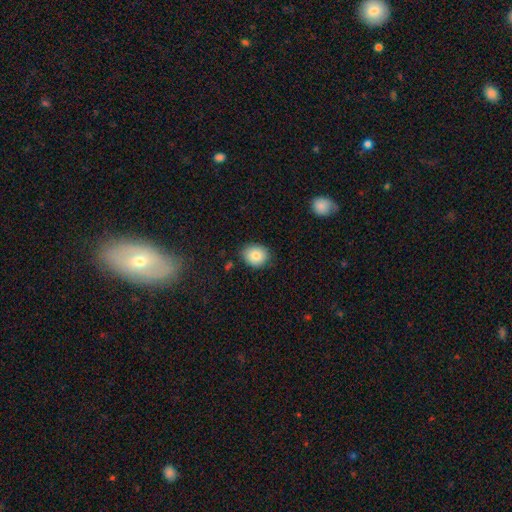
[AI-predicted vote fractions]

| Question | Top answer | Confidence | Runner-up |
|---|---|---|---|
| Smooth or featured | smooth | 84% | star or artifact (8%) |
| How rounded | round | 68% | in between (31%) |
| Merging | none | 82% | minor disturbance (14%) |